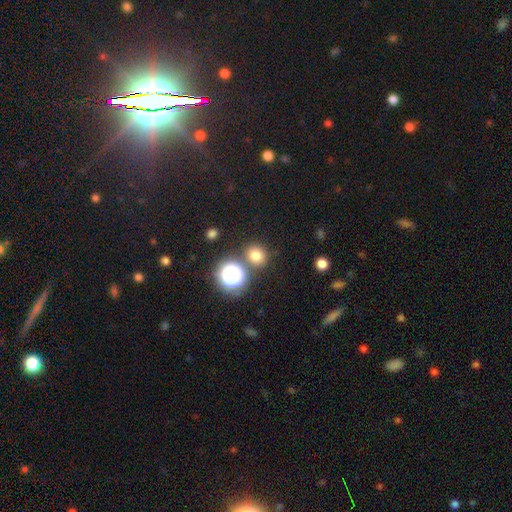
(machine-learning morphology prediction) A smooth galaxy with no disk features (73%) that is round (83%). Merging: none (79%).